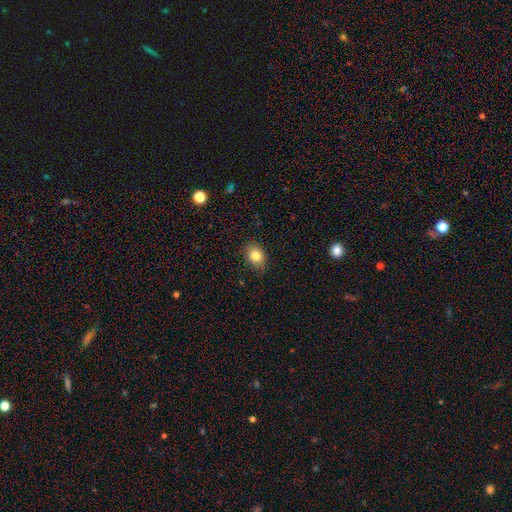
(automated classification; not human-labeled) Morphology: type=smooth (83%); roundness=in between (66%); merging=none (81%).